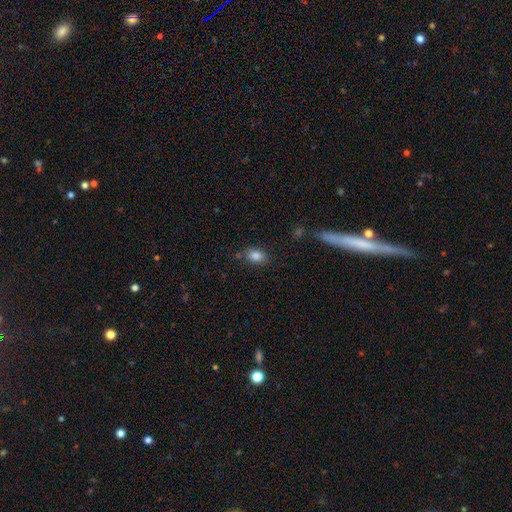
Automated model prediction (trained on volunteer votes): smooth 83%, star or artifact 10%, featured or disk 7%. Down the decision tree: how rounded — in between (78%); merging — none (75%).